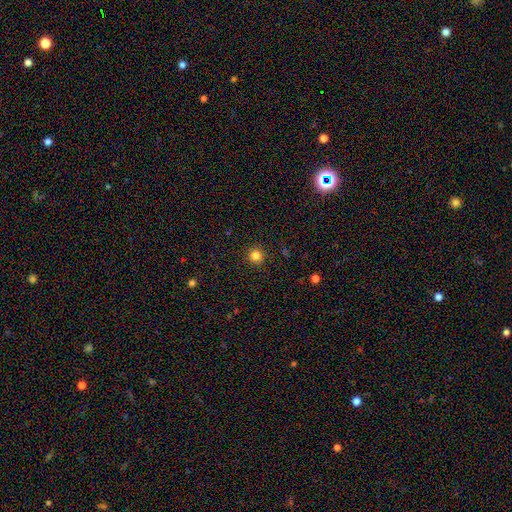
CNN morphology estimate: A smooth galaxy with no disk features (83%) that is round (95%). Merging: none (92%).